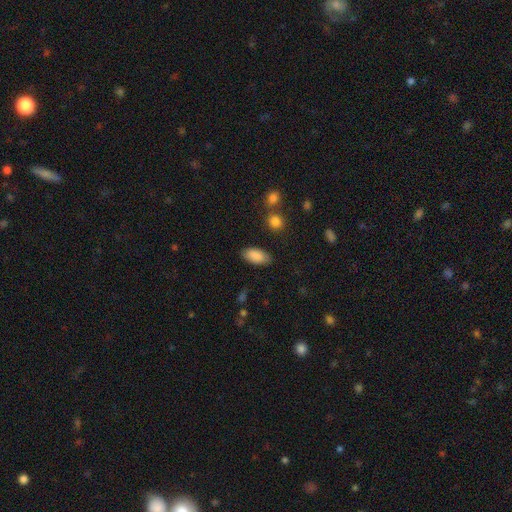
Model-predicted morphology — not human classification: This appears to be a smooth galaxy with no disk features (88%) that is in between round and cigar-shaped (93%). Merging: none (84%).